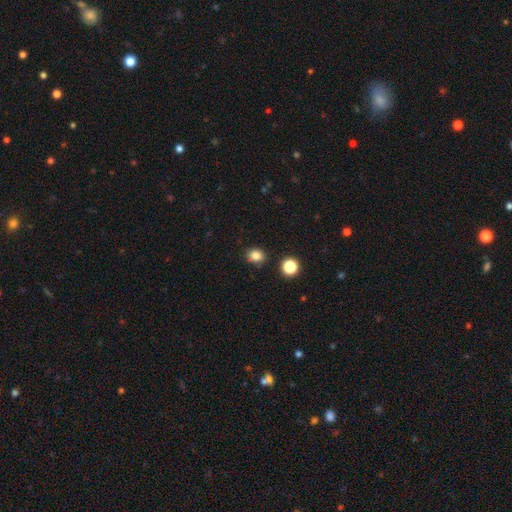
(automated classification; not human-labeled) smooth_or_featured: smooth (p=0.82) [alt: star or artifact p=0.13]
how_rounded: round (p=0.65) [alt: in between p=0.34]
merging: none (p=0.85) [alt: minor disturbance p=0.10]